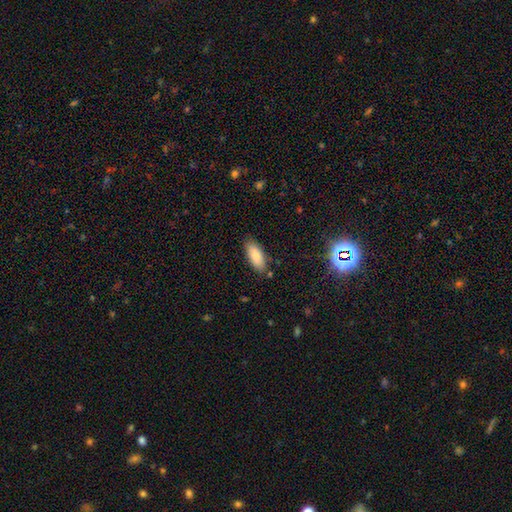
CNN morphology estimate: Smooth or featured: smooth — 86% (featured or disk — 8%)
How rounded: in between — 85% (cigar-shaped — 14%)
Merging: none — 83% (minor disturbance — 12%)